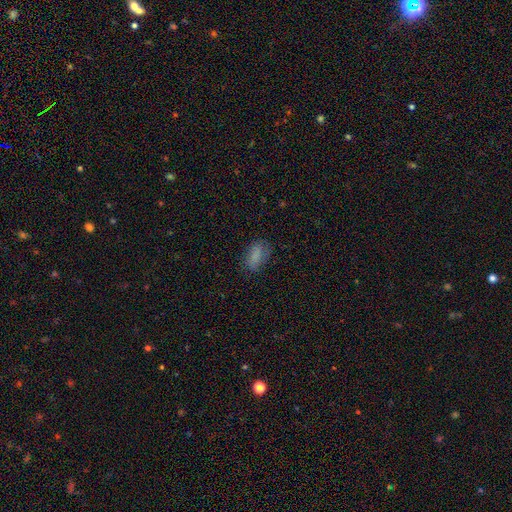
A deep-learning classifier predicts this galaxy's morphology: type=smooth (82%); roundness=in between (90%); merging=none (70%).